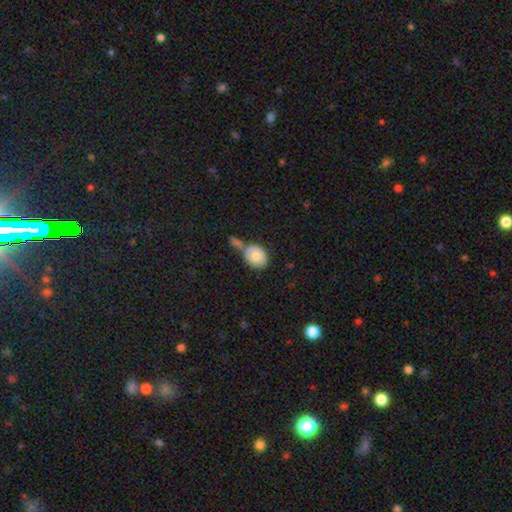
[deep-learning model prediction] This is likely a smooth galaxy (78%). How rounded: possibly round (56%). Merging: marginally none (44%).